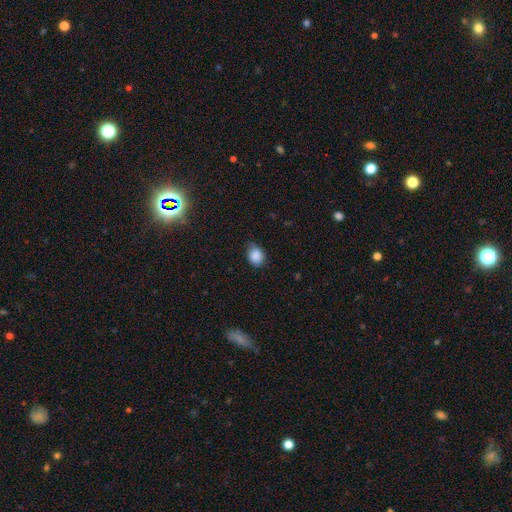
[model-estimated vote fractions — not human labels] A smooth galaxy with no disk features (86%) that is round (57%). Merging: none (69%).